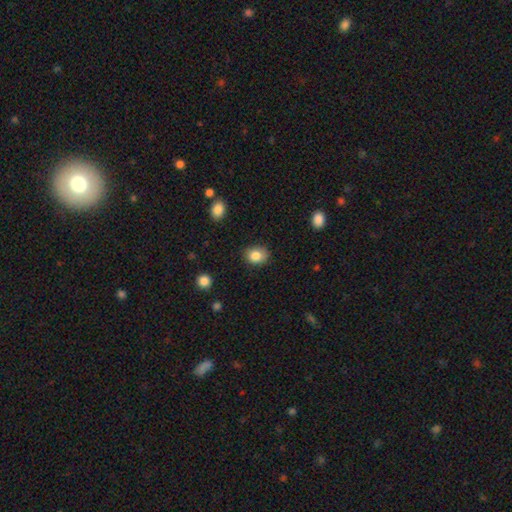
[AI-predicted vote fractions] smooth-or-featured: smooth: 84% | star or artifact: 9% | featured or disk: 7%
  how-rounded: round: 50% | in between: 49% | cigar-shaped: 1%
  merging: none: 83% | minor disturbance: 13% | major disturbance: 3% | merger: 1%